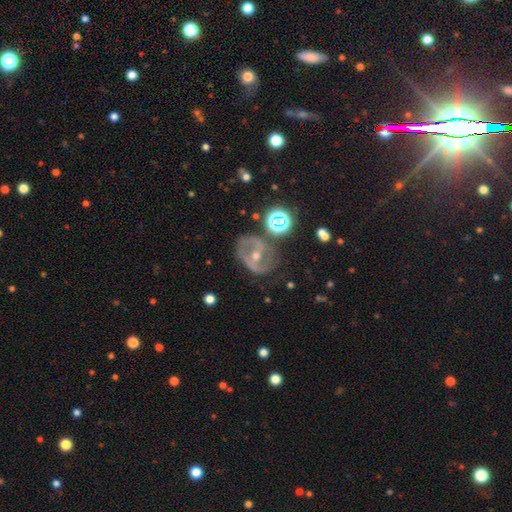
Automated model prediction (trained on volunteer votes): Smooth or featured? Predicted: featured or disk (p=0.77). Edge-on disk? Predicted: no (p=0.96). Bar? Predicted: strong (p=0.38). Spiral arms? Predicted: yes (p=0.75). Spiral winding? Predicted: medium (p=0.47). Spiral arm count? Predicted: 2 (p=0.77). Bulge size? Predicted: moderate (p=0.51). Merging? Predicted: none (p=0.68).